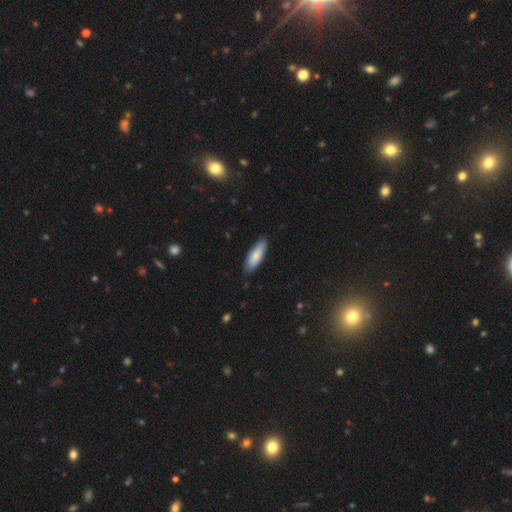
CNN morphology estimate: A smooth galaxy with no disk features (83%) that is in between round and cigar-shaped (61%).

Vote fractions:
- Smooth or featured? smooth: 83% / featured or disk: 12% / star or artifact: 5%
- How rounded? in between: 61% / cigar-shaped: 37% / round: 2%
- Merging? none: 86% / minor disturbance: 11% / major disturbance: 2% / merger: 1%